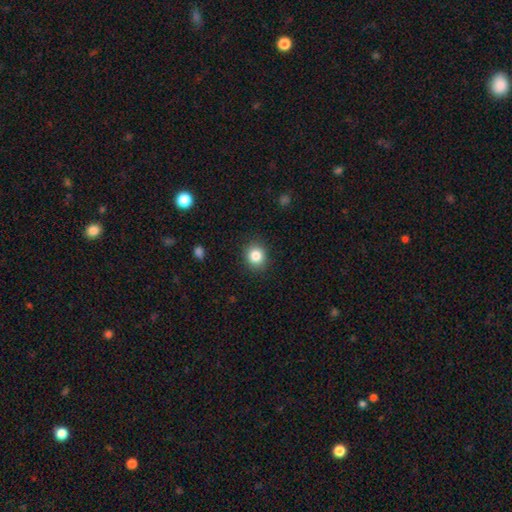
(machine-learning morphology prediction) Smooth or featured? smooth (84%)
How rounded? round (79%)
Merging? none (89%)